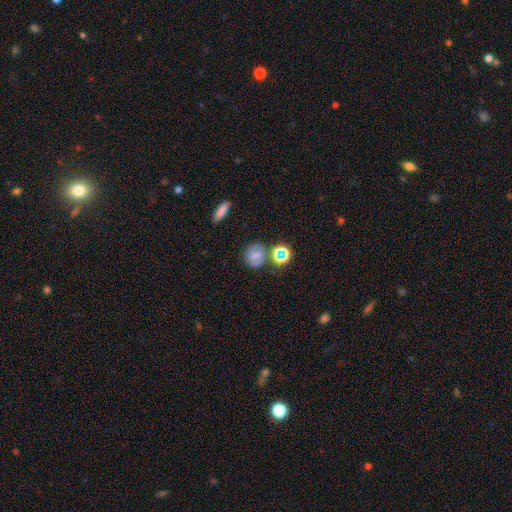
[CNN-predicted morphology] smooth_or_featured: smooth (p=0.66) [alt: star or artifact p=0.18]
how_rounded: round (p=0.72) [alt: in between p=0.26]
merging: none (p=0.67) [alt: minor disturbance p=0.16]